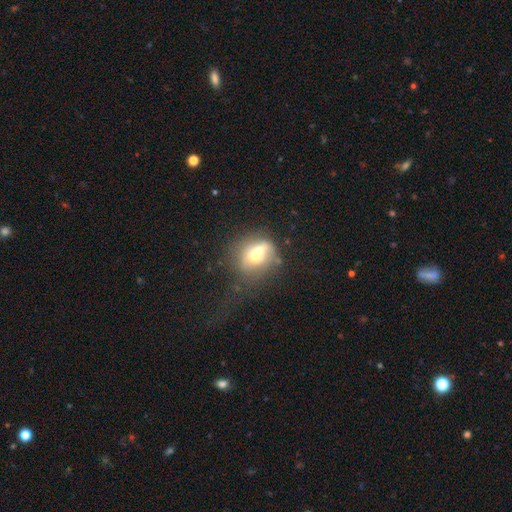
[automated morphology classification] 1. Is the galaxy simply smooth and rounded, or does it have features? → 53% smooth, 35% featured or disk, 13% star or artifact.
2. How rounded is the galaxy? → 59% round, 38% in between, 3% cigar-shaped.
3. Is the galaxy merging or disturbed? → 40% merger, 29% none, 16% major disturbance, 15% minor disturbance.